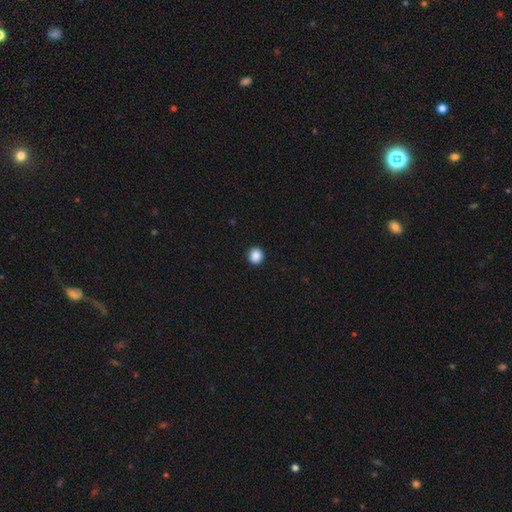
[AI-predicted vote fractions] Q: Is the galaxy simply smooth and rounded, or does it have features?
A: smooth — 89%.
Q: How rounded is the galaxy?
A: round — 92%.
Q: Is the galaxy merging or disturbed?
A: none — 93%.